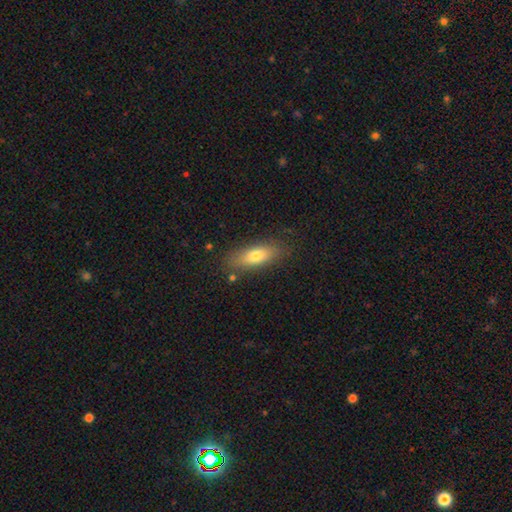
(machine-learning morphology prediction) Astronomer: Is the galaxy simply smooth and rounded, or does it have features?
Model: smooth — 72%.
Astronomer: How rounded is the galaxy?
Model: in between — 65%.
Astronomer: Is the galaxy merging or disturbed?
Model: none — 80%.